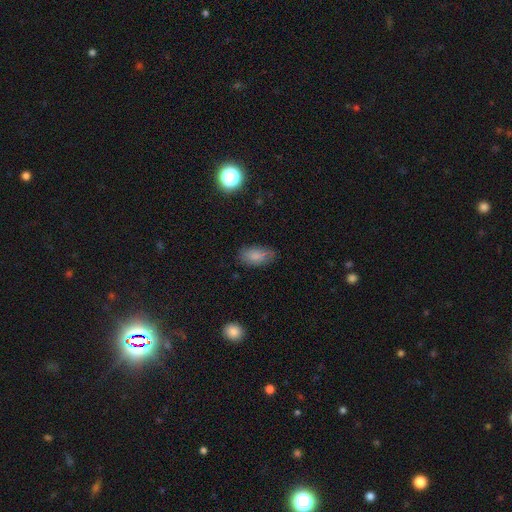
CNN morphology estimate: Smooth or featured? Predicted: smooth (p=0.81). How rounded? Predicted: in between (p=0.92). Merging? Predicted: none (p=0.74).